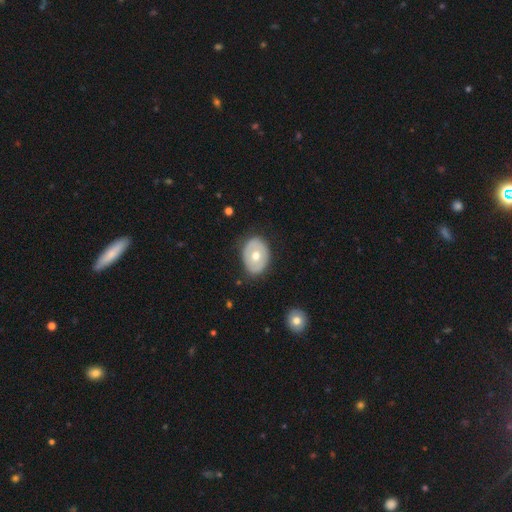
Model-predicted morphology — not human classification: Q: Smooth or featured?
A: smooth (51%); runner-up: featured or disk (44%)
Q: How rounded?
A: in between (73%); runner-up: round (26%)
Q: Merging?
A: none (81%); runner-up: minor disturbance (14%)